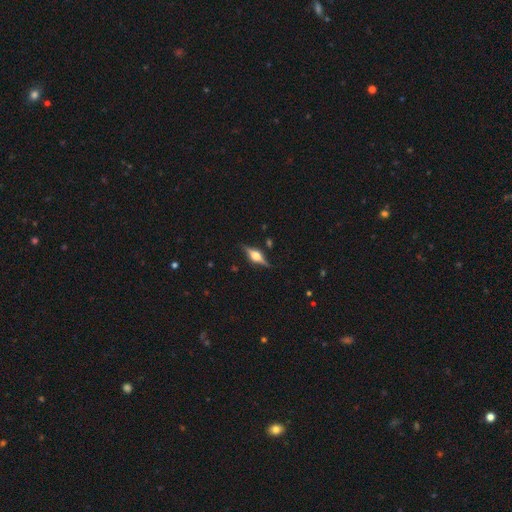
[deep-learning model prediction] Morphology: type=featured or disk (78%); edge-on=yes (97%); edge-on bulge=rounded (92%); merging=none (87%).